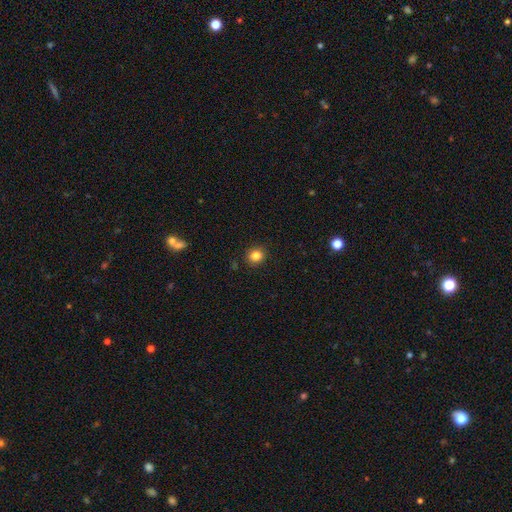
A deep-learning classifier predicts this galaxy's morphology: This appears to be a smooth galaxy with no disk features (83%) that is round (86%). Merging: none (91%).